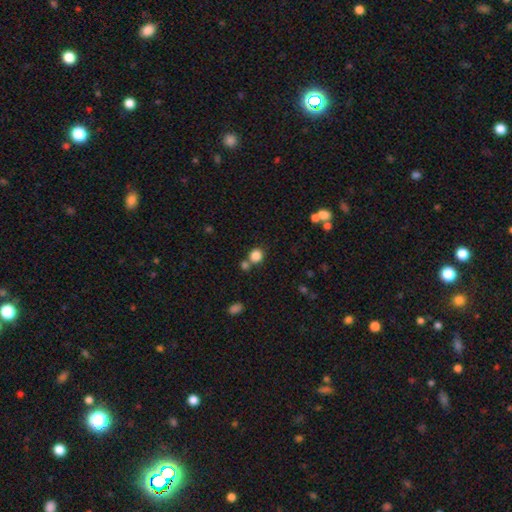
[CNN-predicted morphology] This appears to be a smooth galaxy with no disk features (83%) that is round (84%). Merging: none (64%).